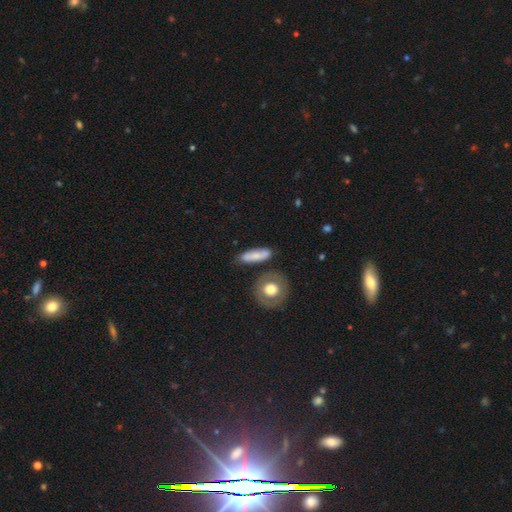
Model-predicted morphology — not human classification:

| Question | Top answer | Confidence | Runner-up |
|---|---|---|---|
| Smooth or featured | smooth | 68% | featured or disk (25%) |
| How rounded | cigar-shaped | 49% | in between (43%) |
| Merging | none | 73% | minor disturbance (16%) |